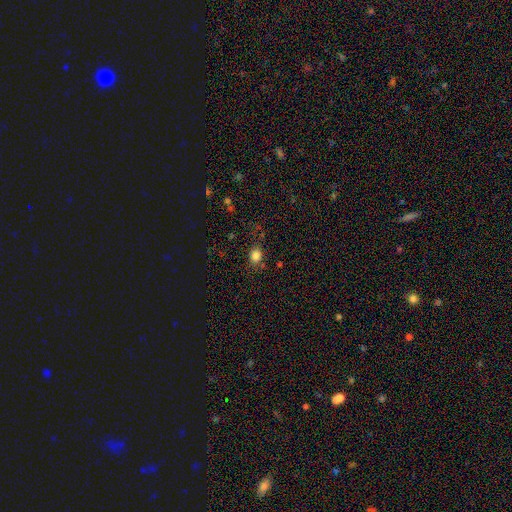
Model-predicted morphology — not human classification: smooth 81%, star or artifact 13%, featured or disk 6%. Down the decision tree: how rounded — round (50%); merging — none (77%).